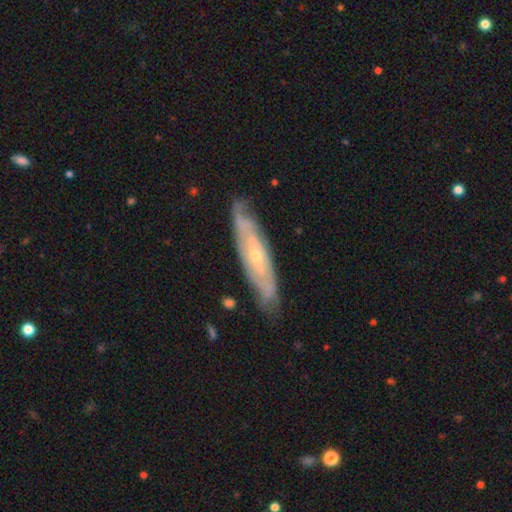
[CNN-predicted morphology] This is likely a featured or disk galaxy (80%). It is likely not viewed edge-on (71%). Bar: likely no (66%). Spiral arm pattern: clearly yes (88%). Central bulge: likely small (72%). Merging: likely none (78%).